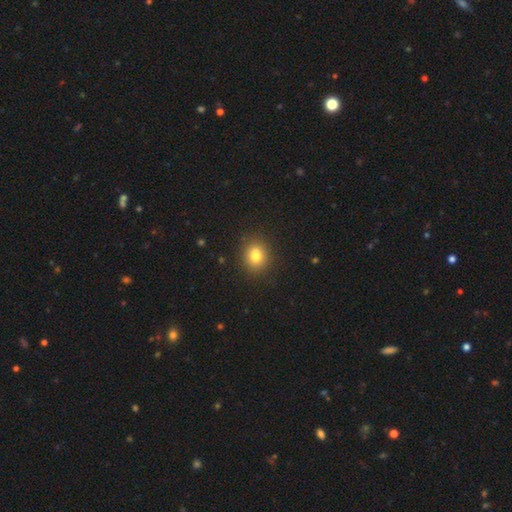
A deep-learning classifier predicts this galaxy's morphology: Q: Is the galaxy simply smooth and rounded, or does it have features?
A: smooth — 77%.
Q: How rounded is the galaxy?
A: round — 66%.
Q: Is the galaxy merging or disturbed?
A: none — 75%.